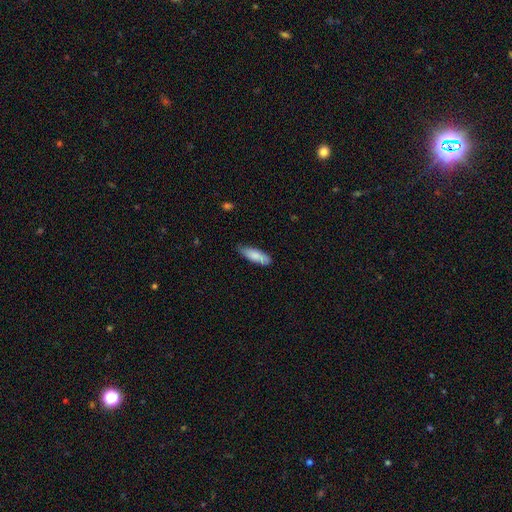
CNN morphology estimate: Smooth or featured? Predicted: smooth (p=0.82). How rounded? Predicted: in between (p=0.52). Merging? Predicted: none (p=0.71).